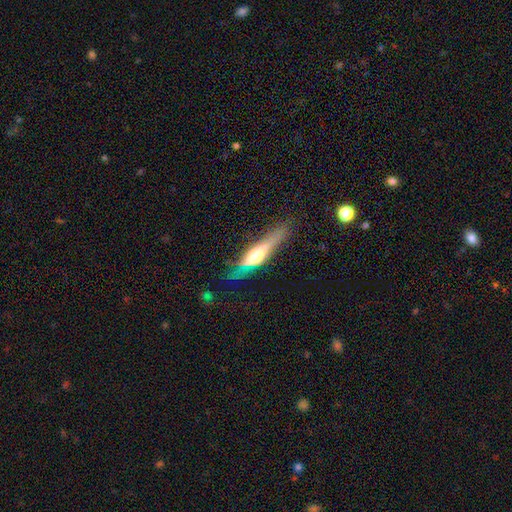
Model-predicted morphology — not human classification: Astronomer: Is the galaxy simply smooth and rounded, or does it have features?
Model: featured or disk — 57% (runner-up: smooth, 36%).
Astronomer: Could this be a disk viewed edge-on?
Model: yes — 87%.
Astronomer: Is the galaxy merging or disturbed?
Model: none — 66%.